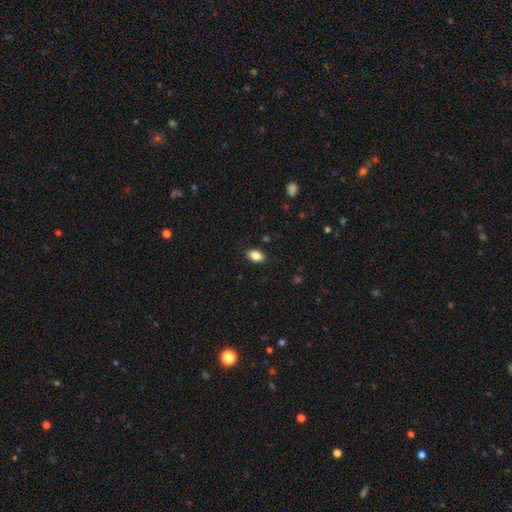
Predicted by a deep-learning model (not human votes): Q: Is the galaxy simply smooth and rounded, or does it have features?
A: smooth — 85%.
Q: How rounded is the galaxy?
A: in between — 88%.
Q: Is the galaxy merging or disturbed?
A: none — 87%.